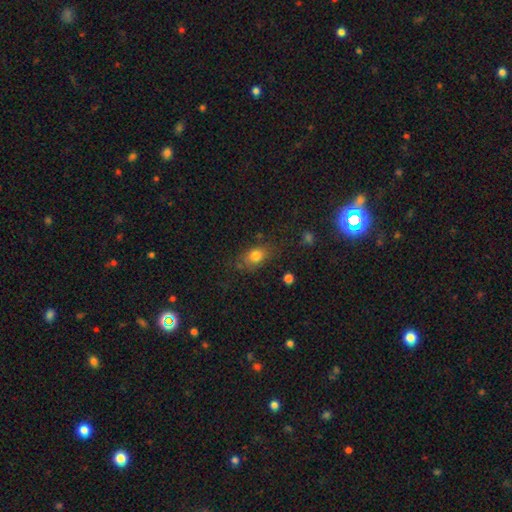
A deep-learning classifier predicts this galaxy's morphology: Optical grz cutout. It shows a smooth galaxy with no disk features (79%) that is in between round and cigar-shaped (71%). Merging: none (64%).